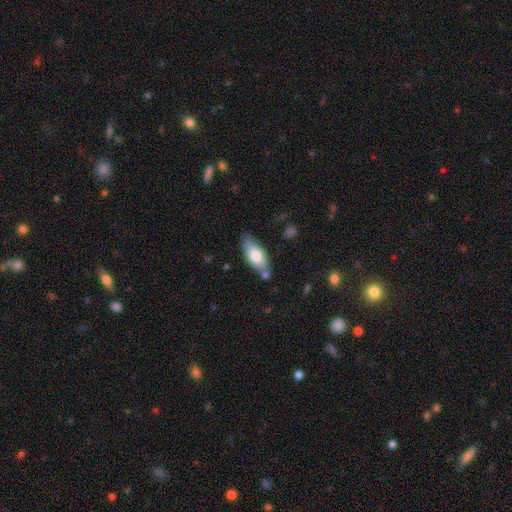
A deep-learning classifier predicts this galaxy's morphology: This appears to be a smooth galaxy with no disk features (76%) that is in between round and cigar-shaped (83%). Merging: none (69%).